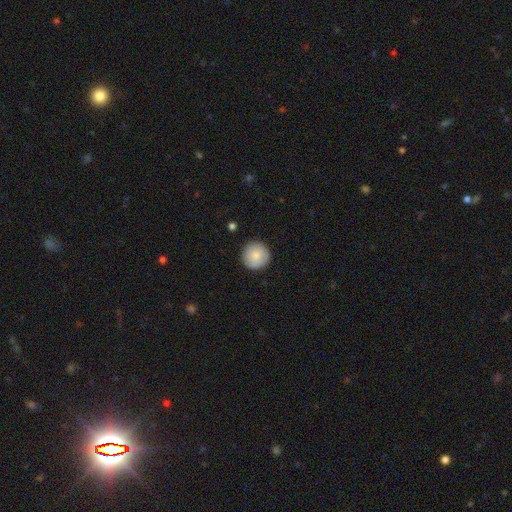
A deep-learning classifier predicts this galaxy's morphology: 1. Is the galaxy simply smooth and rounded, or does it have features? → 82% smooth, 11% featured or disk, 7% star or artifact.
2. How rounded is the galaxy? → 96% round, 3% in between, 1% cigar-shaped.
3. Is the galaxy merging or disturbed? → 91% none, 7% minor disturbance, 2% major disturbance, 1% merger.